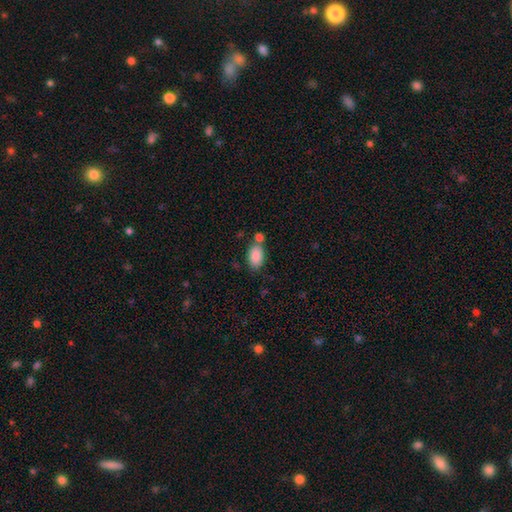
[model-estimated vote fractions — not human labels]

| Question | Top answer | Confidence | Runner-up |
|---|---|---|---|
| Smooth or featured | smooth | 87% | star or artifact (7%) |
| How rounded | in between | 92% | round (6%) |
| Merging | none | 61% | merger (22%) |